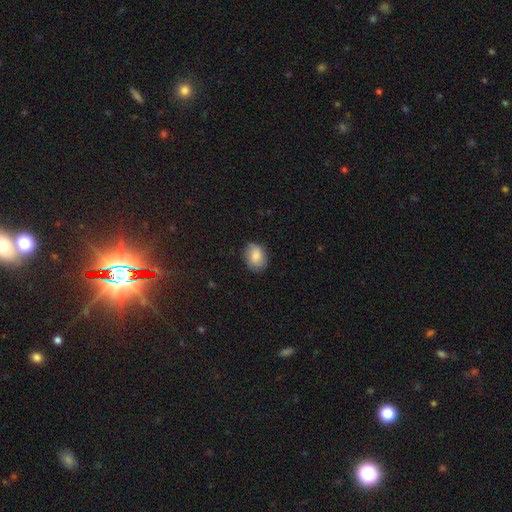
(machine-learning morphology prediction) type=smooth (83%); roundness=in between (66%); merging=none (79%).